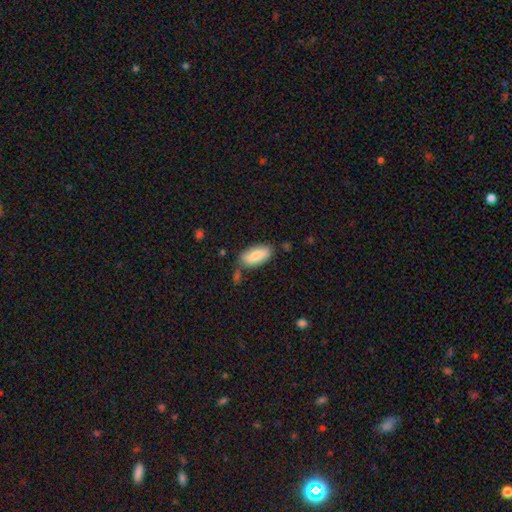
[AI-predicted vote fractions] The model was most divided on "merging": none: 69%, minor disturbance: 20%, merger: 7%, major disturbance: 4%. More confident: how rounded — in between (86%); smooth or featured — smooth (79%).